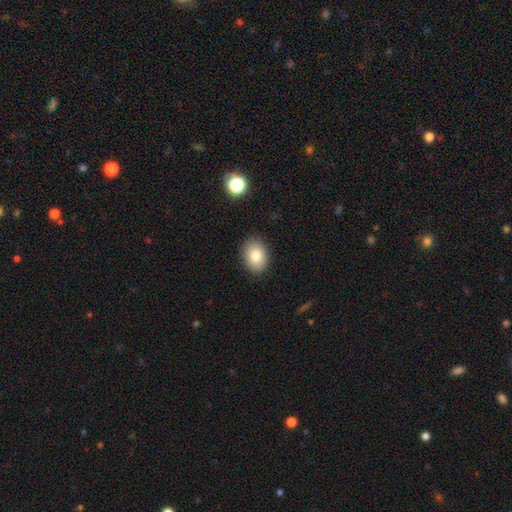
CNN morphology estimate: Smooth or featured: smooth — 82% (star or artifact — 9%)
How rounded: in between — 72% (round — 28%)
Merging: none — 88% (minor disturbance — 9%)